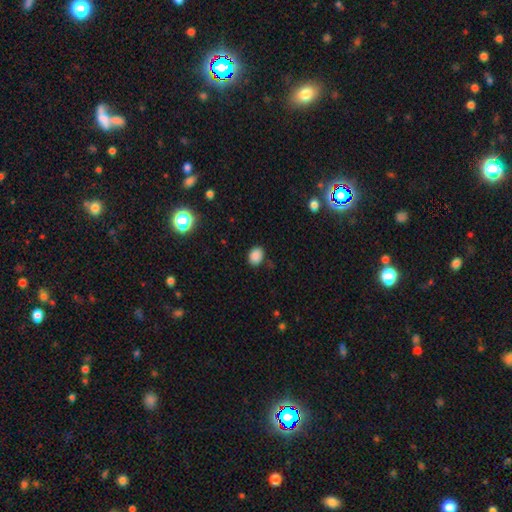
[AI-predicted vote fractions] A smooth galaxy with no disk features (86%) that is in between round and cigar-shaped (54%).

Vote fractions:
- Smooth or featured? smooth: 86% / star or artifact: 11% / featured or disk: 3%
- How rounded? in between: 54% / round: 45% / cigar-shaped: 1%
- Merging? none: 81% / minor disturbance: 14% / major disturbance: 3% / merger: 2%